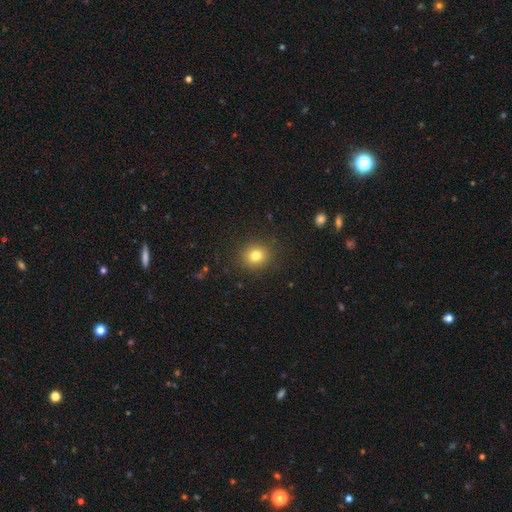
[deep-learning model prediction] Smooth or featured: smooth — 79% (star or artifact — 13%)
How rounded: round — 83% (in between — 16%)
Merging: none — 89% (minor disturbance — 7%)